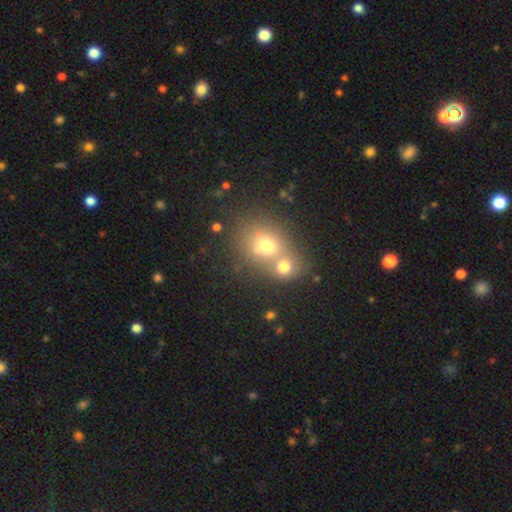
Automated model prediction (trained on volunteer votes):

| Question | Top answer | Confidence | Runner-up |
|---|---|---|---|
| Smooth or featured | smooth | 63% | star or artifact (20%) |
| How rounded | round | 72% | in between (27%) |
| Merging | merger | 52% | none (38%) |